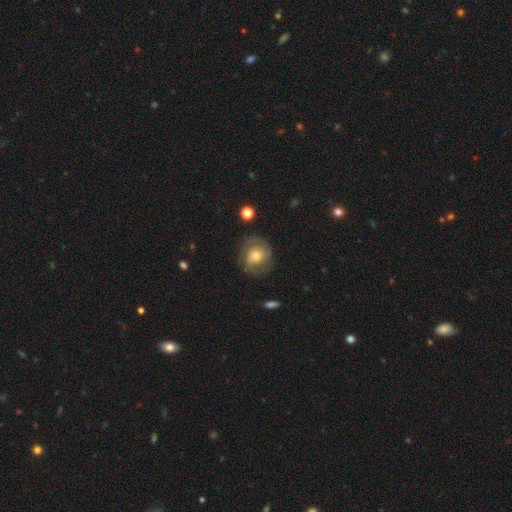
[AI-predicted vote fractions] A smooth galaxy with no disk features (47%). Merging: none (71%).